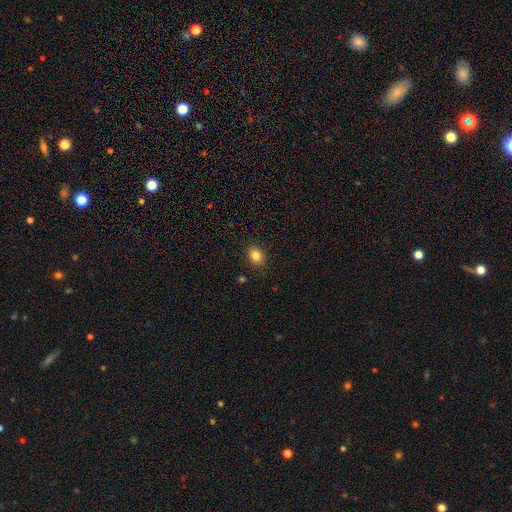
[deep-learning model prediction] The model was most divided on "how rounded": round: 50%, in between: 49%, cigar-shaped: 1%. More confident: merging — none (86%); smooth or featured — smooth (83%).